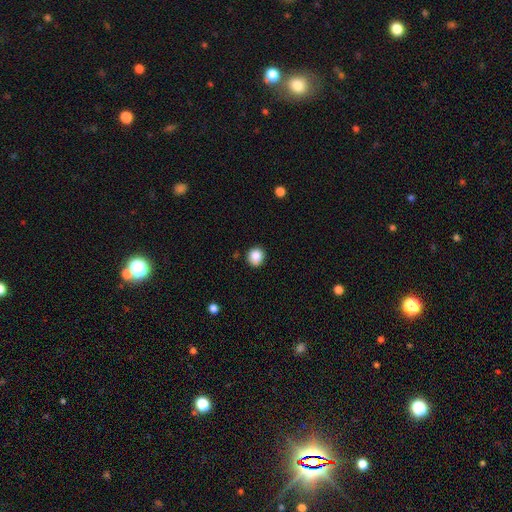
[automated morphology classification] Smooth or featured?
  - smooth: 87% *
  - star or artifact: 9%
  - featured or disk: 4%
How rounded?
  - round: 85% *
  - in between: 14%
  - cigar-shaped: 1%
Merging?
  - none: 88% *
  - minor disturbance: 9%
  - major disturbance: 2%
  - merger: 2%